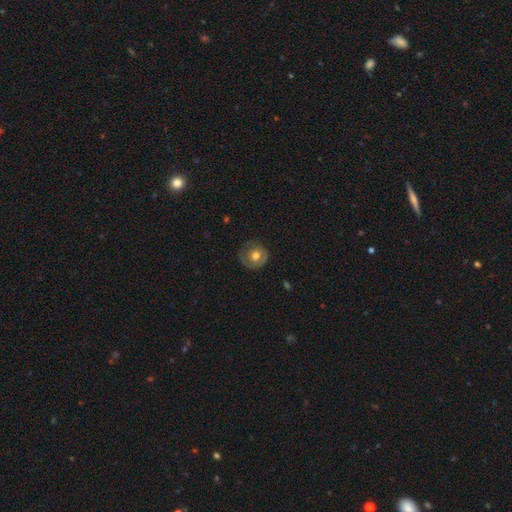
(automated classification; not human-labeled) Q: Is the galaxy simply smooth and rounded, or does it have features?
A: smooth — 53%.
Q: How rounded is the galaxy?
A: round — 88%.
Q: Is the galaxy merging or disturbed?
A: none — 72%.